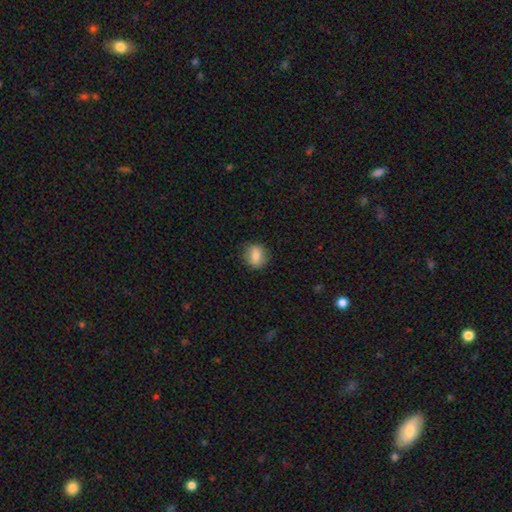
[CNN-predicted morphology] smooth 79%, featured or disk 13%, star or artifact 8%. Down the decision tree: how rounded — round (62%); merging — none (84%).